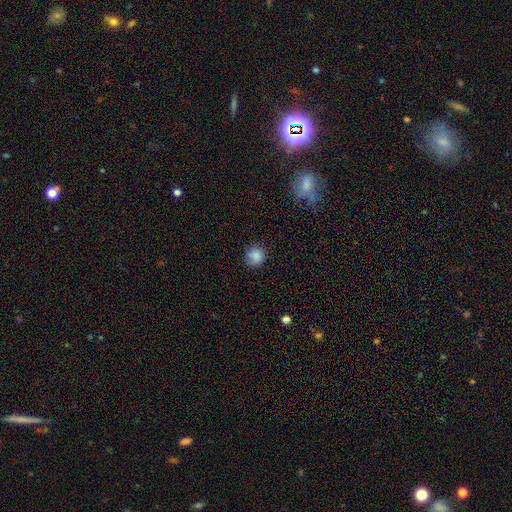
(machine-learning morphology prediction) The model was most divided on "merging": none: 78%, minor disturbance: 17%, major disturbance: 4%, merger: 1%. More confident: how rounded — round (87%); smooth or featured — smooth (84%).